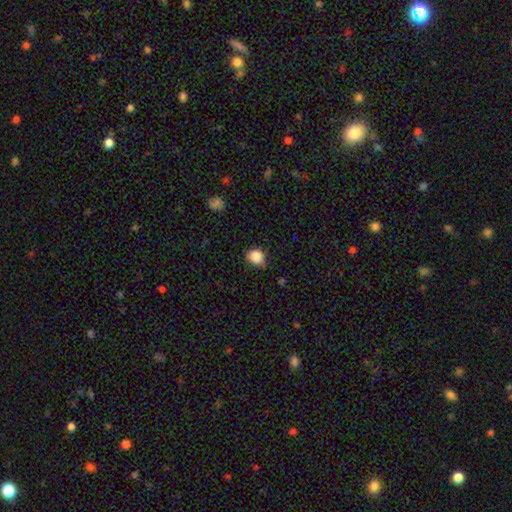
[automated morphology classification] A smooth galaxy with no disk features (86%) that is round (68%). Merging: none (68%).